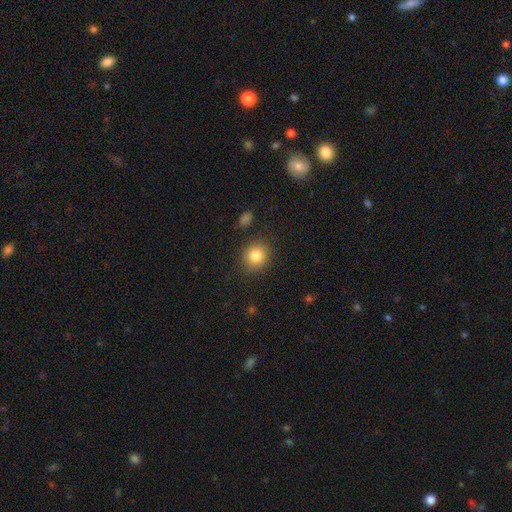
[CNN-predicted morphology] The model was most divided on "how rounded": round: 82%, in between: 17%, cigar-shaped: 1%. More confident: merging — none (87%); smooth or featured — smooth (83%).